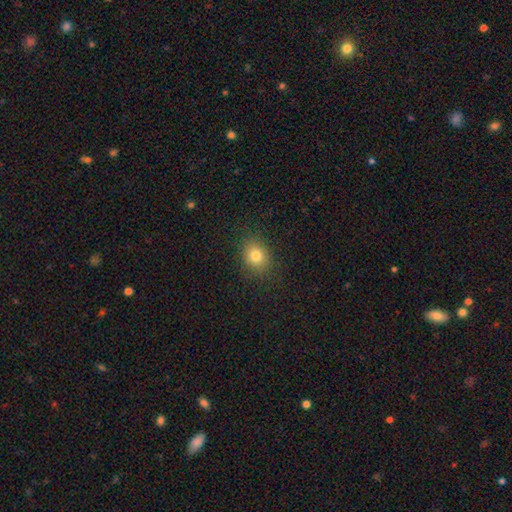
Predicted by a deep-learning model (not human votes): Overall: smooth (80%). How rounded: round (60%; in between 39%). Merging: none (87%).